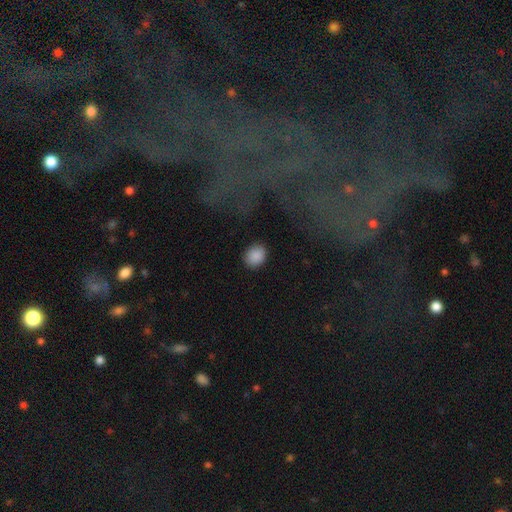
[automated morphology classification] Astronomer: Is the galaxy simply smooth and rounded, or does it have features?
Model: smooth — 89%.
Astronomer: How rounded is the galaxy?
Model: round — 64%.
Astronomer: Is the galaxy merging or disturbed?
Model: none — 85%.